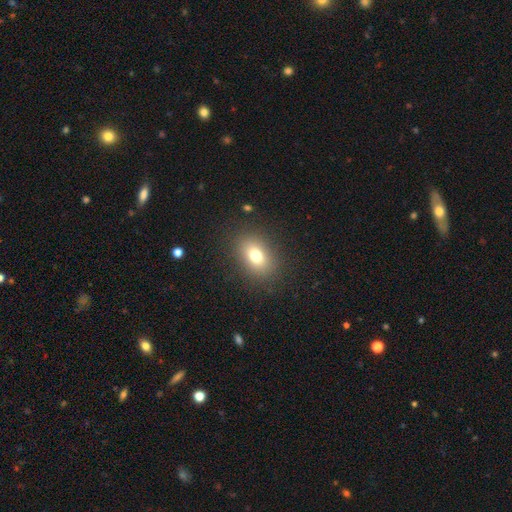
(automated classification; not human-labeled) This appears to be a smooth galaxy with no disk features (76%) that is in between round and cigar-shaped (74%). Merging: none (86%).